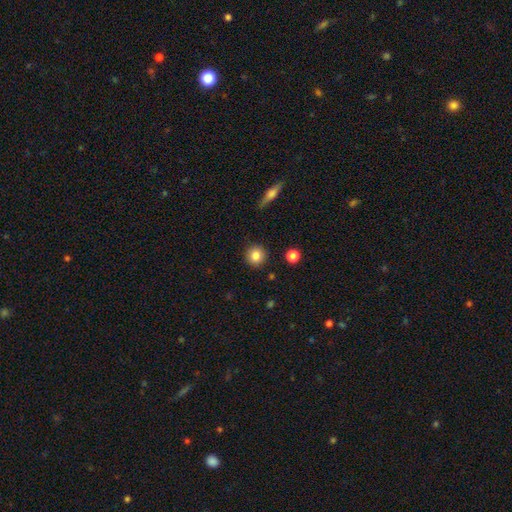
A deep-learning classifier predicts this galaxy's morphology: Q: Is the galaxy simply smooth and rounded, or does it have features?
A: smooth — 83%.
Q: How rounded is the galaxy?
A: round — 92%.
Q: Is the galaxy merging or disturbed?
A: none — 90%.